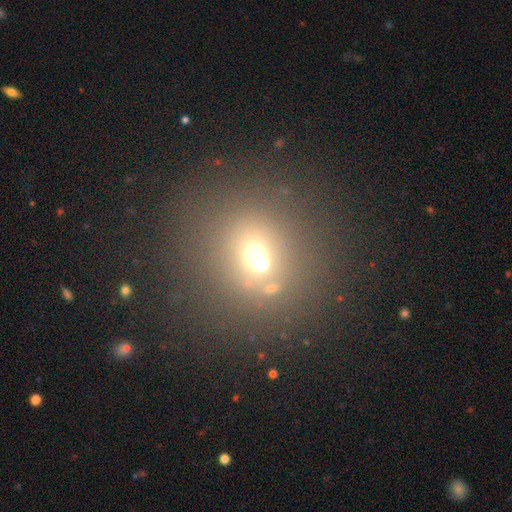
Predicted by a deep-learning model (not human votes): A smooth galaxy with no disk features (57%) that is round (79%).

Vote fractions:
- Smooth or featured? smooth: 57% / star or artifact: 28% / featured or disk: 15%
- How rounded? round: 79% / in between: 20% / cigar-shaped: 1%
- Merging? none: 65% / merger: 20% / minor disturbance: 9% / major disturbance: 5%